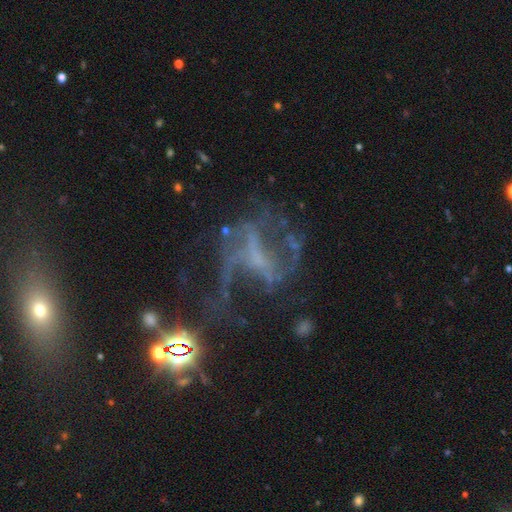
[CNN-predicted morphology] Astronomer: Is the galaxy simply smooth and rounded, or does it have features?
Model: featured or disk — 68%.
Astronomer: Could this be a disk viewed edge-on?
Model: no — 95%.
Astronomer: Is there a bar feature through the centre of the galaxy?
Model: no — 34% (runner-up: weak, 33%).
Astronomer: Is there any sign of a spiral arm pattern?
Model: yes — 67%.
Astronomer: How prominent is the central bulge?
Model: none — 54% (runner-up: small, 31%).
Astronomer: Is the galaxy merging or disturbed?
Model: none — 42% (runner-up: major disturbance, 37%).